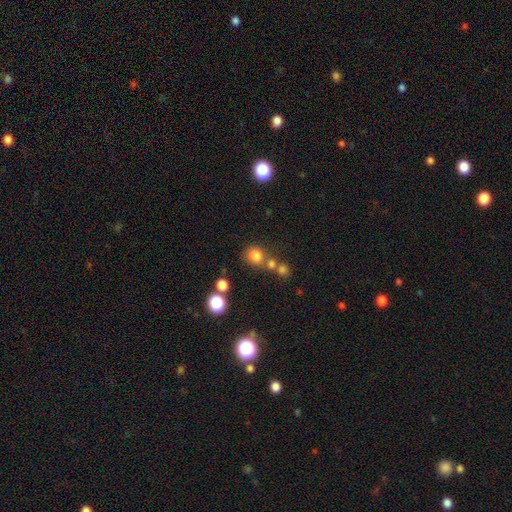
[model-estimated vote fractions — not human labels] A smooth galaxy with no disk features (77%) that is round (73%).

Vote fractions:
- Smooth or featured? smooth: 77% / star or artifact: 15% / featured or disk: 7%
- How rounded? round: 73% / in between: 26% / cigar-shaped: 1%
- Merging? none: 57% / merger: 26% / minor disturbance: 11% / major disturbance: 5%